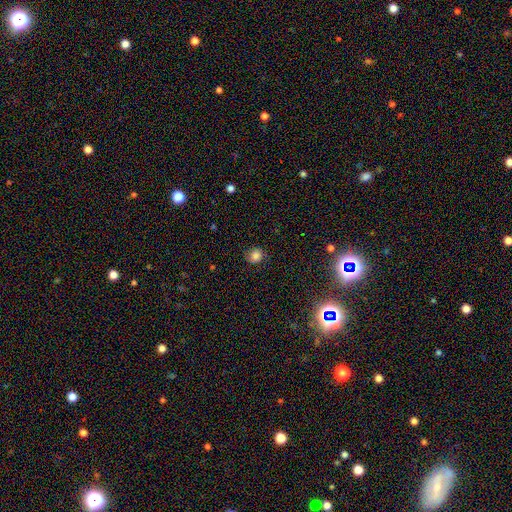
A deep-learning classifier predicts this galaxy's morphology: smooth 79%, star or artifact 13%, featured or disk 8%. Down the decision tree: how rounded — round (78%); merging — none (78%).